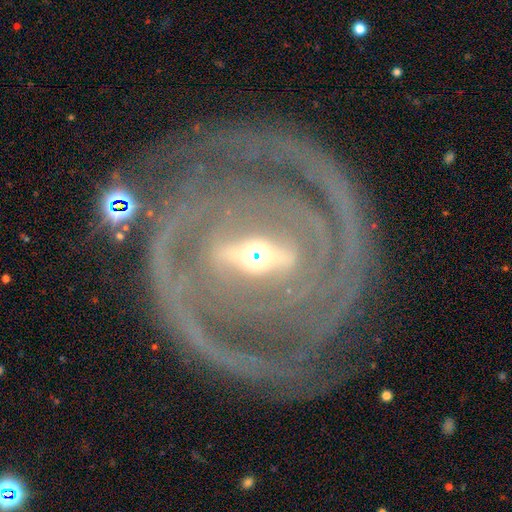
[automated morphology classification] Overall: featured or disk (90%). Edge-on disk: no (96%). Bar: strong (58%; weak 29%). Spiral arms: yes (94%). Spiral arm count: 2 (60%). Spiral winding: tight (71%). Bulge size: small (53%; moderate 41%). Merging: none (73%).